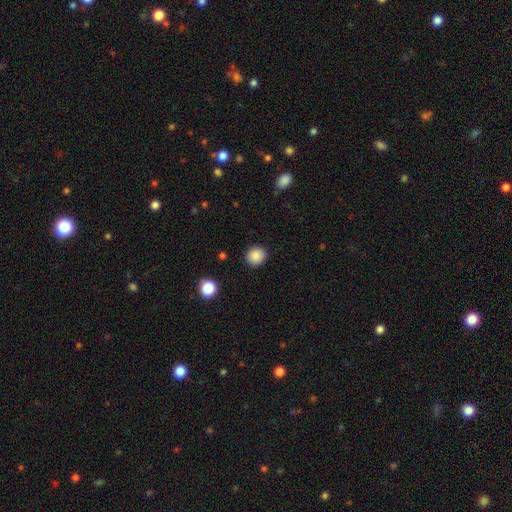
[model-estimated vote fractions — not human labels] Overall: smooth (85%). How rounded: round (89%). Merging: none (91%).